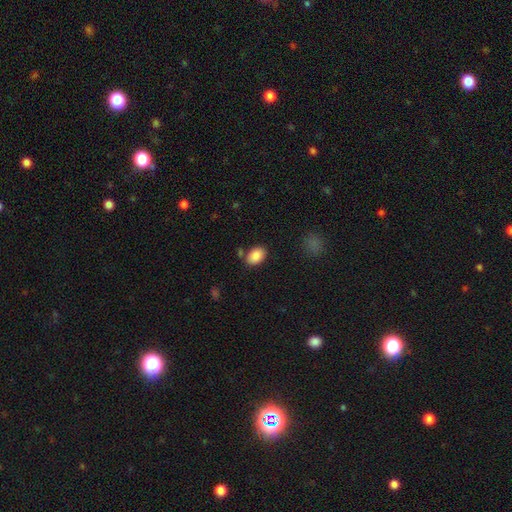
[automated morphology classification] smooth_or_featured: smooth (p=0.87) [alt: star or artifact p=0.08]
how_rounded: in between (p=0.87) [alt: round p=0.12]
merging: none (p=0.77) [alt: minor disturbance p=0.12]